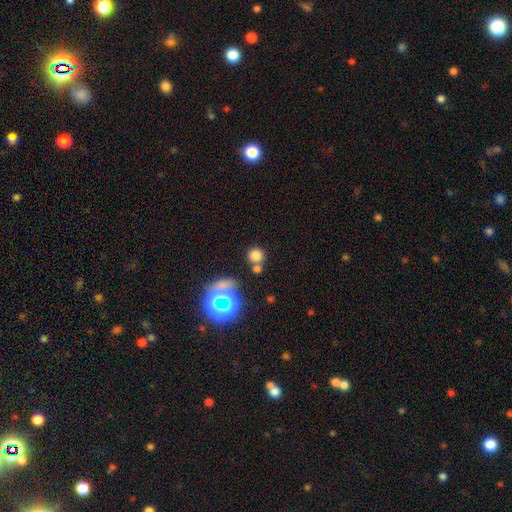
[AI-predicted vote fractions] Overall: smooth (72%). How rounded: round (90%). Merging: none (63%; merger 23%).